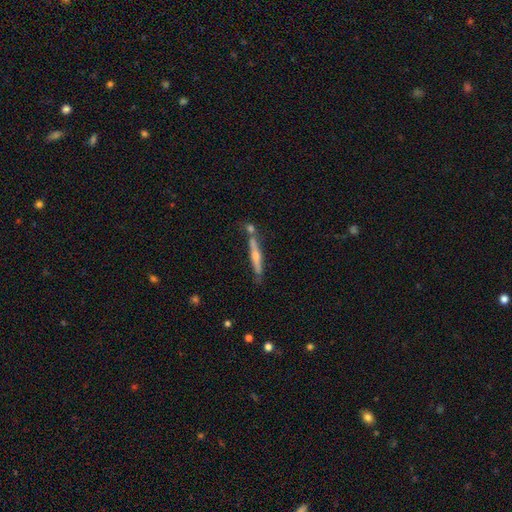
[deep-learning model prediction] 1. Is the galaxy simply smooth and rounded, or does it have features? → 57% featured or disk, 37% smooth, 6% star or artifact.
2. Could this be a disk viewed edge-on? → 95% yes, 5% no.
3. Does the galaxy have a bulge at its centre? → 73% rounded, 19% none, 8% boxy.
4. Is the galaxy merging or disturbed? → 68% none, 14% minor disturbance, 14% merger, 4% major disturbance.